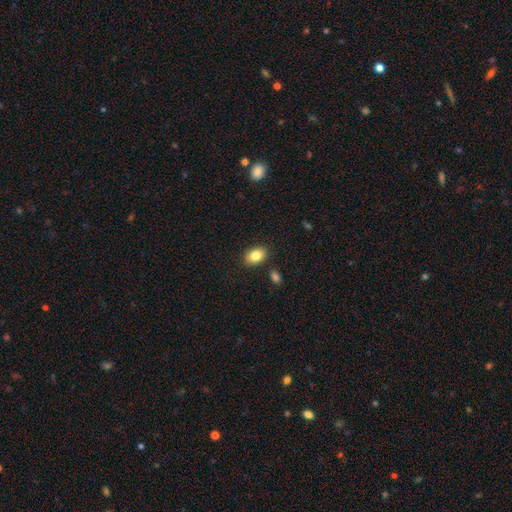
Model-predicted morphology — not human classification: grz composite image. It shows a smooth galaxy with no disk features (83%) that is in between round and cigar-shaped (85%). Merging: none (86%).